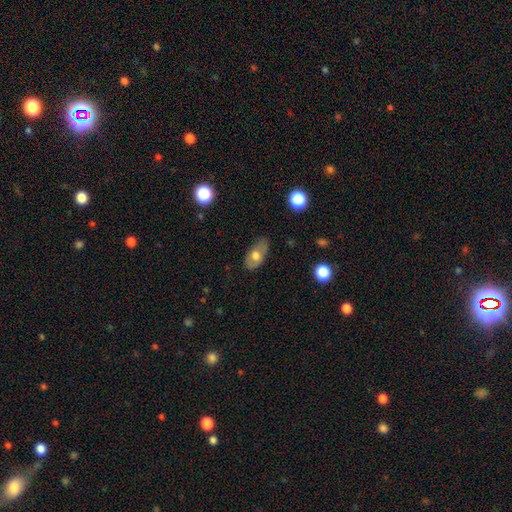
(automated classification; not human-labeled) The model was most divided on "smooth or featured": smooth: 62%, featured or disk: 31%, star or artifact: 7%. More confident: how rounded — in between (90%); merging — none (69%).